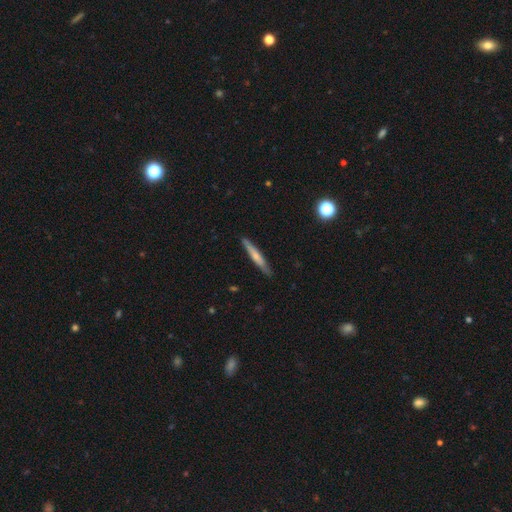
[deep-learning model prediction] The model was most divided on "smooth or featured": smooth: 55%, featured or disk: 39%, star or artifact: 6%. More confident: how rounded — cigar-shaped (94%); merging — none (87%).